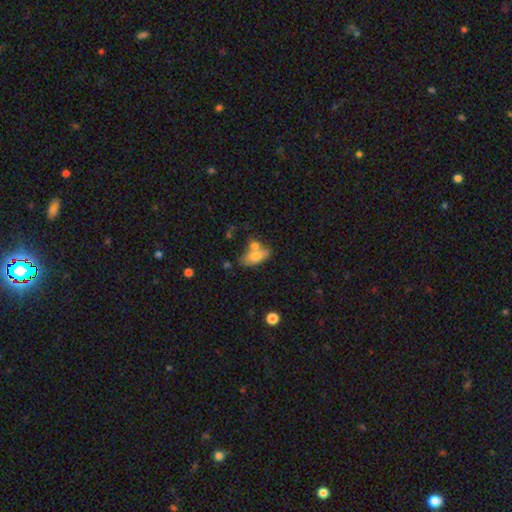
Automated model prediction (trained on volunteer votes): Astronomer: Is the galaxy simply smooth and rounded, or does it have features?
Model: smooth — 72%.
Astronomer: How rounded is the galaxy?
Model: in between — 82%.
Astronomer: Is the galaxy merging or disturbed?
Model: none — 49% (runner-up: merger, 31%).